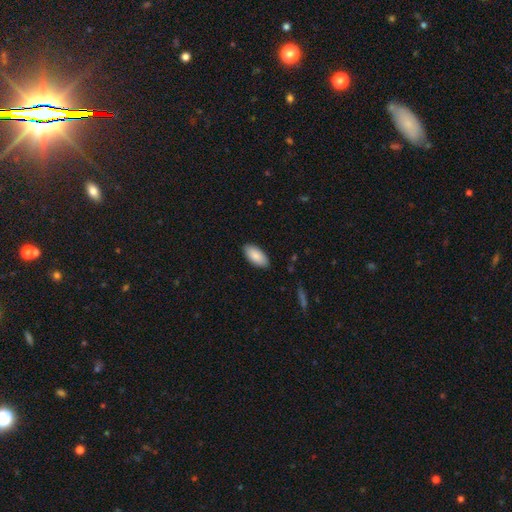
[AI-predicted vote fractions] smooth-or-featured: smooth: 88% | featured or disk: 6% | star or artifact: 6%
  how-rounded: in between: 93% | cigar-shaped: 6% | round: 2%
  merging: none: 88% | minor disturbance: 9% | major disturbance: 2% | merger: 1%